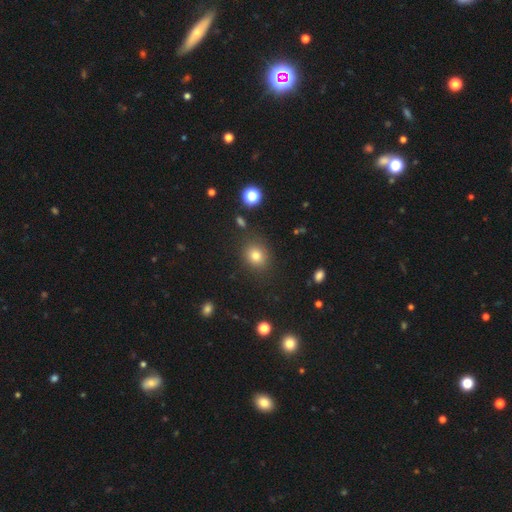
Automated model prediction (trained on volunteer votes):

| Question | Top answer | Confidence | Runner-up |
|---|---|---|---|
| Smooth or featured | smooth | 77% | star or artifact (15%) |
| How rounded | round | 71% | in between (28%) |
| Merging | none | 83% | minor disturbance (10%) |